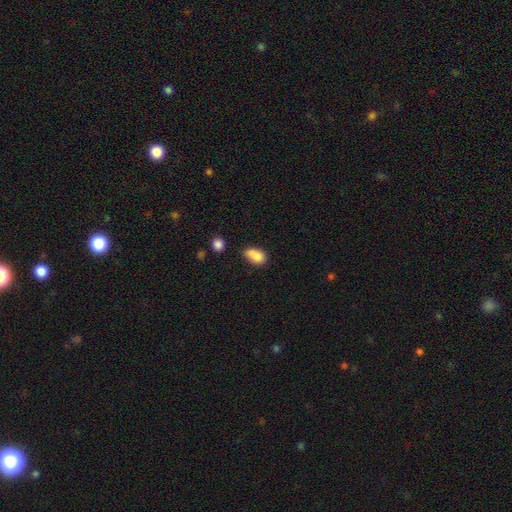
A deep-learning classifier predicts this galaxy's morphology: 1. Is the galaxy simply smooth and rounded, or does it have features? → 81% smooth, 10% featured or disk, 9% star or artifact.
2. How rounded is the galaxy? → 81% in between, 16% round, 3% cigar-shaped.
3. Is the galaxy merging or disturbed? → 37% none, 27% minor disturbance, 27% merger, 9% major disturbance.